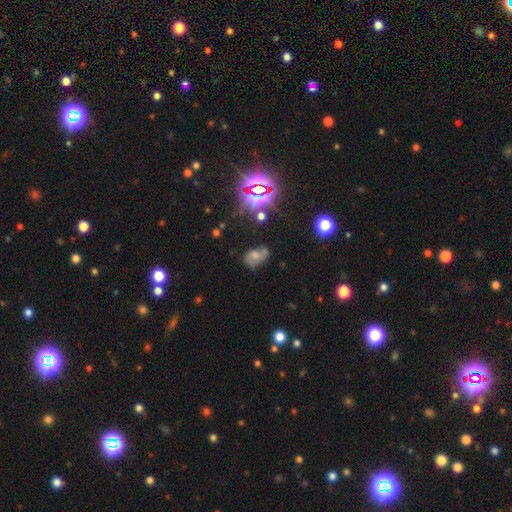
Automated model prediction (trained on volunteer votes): smooth-or-featured: smooth: 40% | featured or disk: 37% | star or artifact: 23%
  merging: none: 47% | minor disturbance: 29% | major disturbance: 16% | merger: 8%